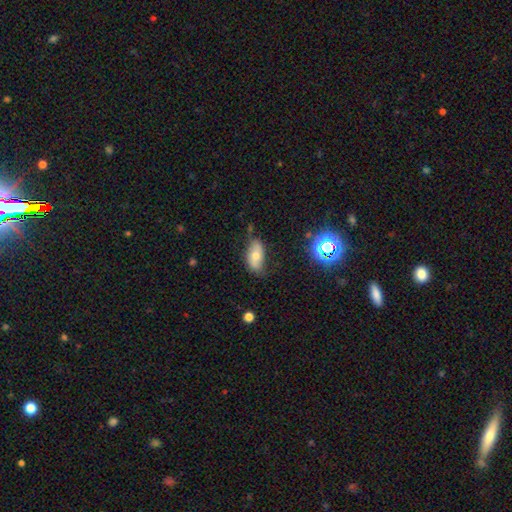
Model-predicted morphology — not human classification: Smooth or featured? Predicted: smooth (p=0.58). How rounded? Predicted: in between (p=0.90). Merging? Predicted: none (p=0.63).